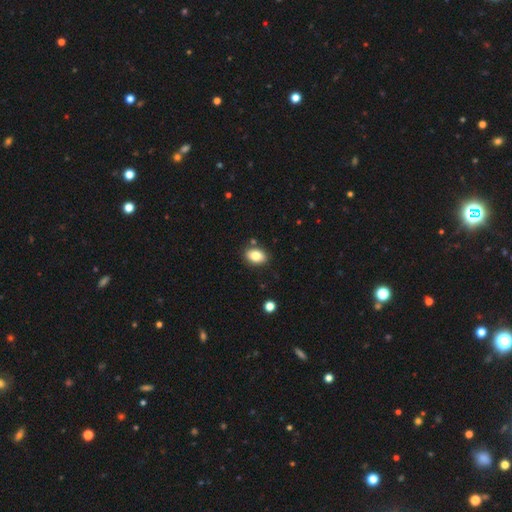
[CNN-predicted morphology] smooth_or_featured: smooth (p=0.83) [alt: star or artifact p=0.09]
how_rounded: in between (p=0.82) [alt: round p=0.17]
merging: none (p=0.85) [alt: minor disturbance p=0.10]